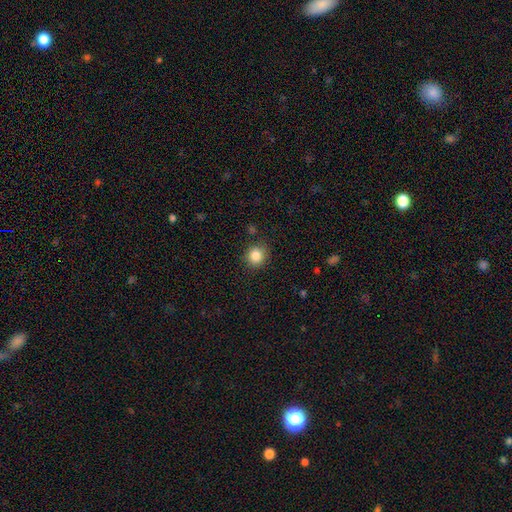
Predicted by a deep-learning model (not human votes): This appears to be a smooth galaxy with no disk features (85%) that is round (82%). Merging: none (86%).